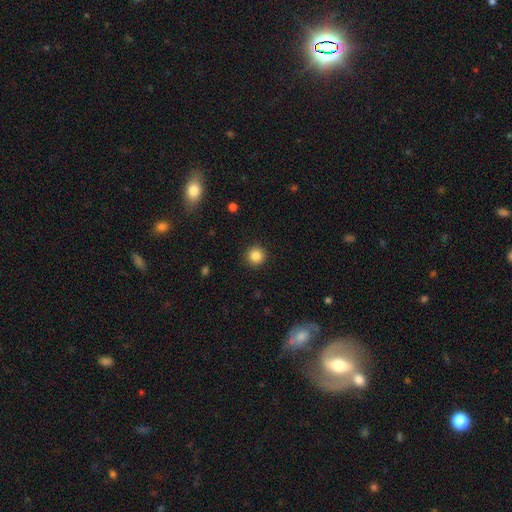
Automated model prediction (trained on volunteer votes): smooth_or_featured: smooth (p=0.86) [alt: star or artifact p=0.10]
how_rounded: round (p=0.95) [alt: in between p=0.04]
merging: none (p=0.92) [alt: minor disturbance p=0.05]